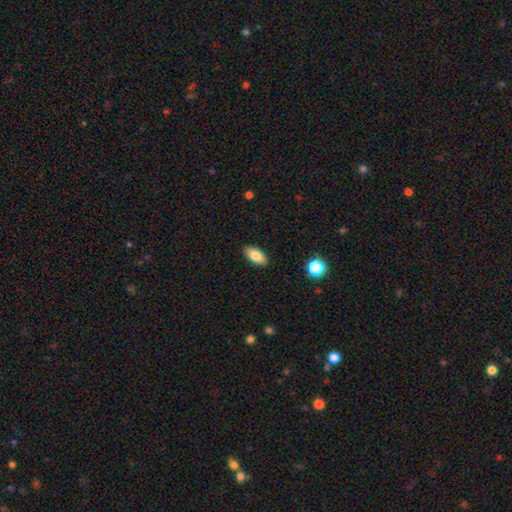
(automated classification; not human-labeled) Overall: smooth (80%). How rounded: in between (90%). Merging: none (89%).